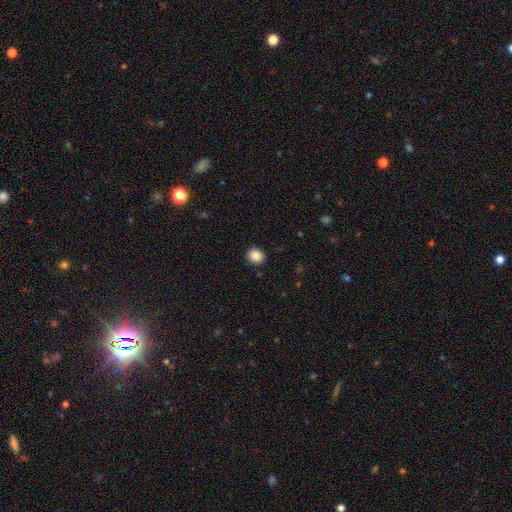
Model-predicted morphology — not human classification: A smooth galaxy with no disk features (87%) that is round (78%). Merging: none (91%).